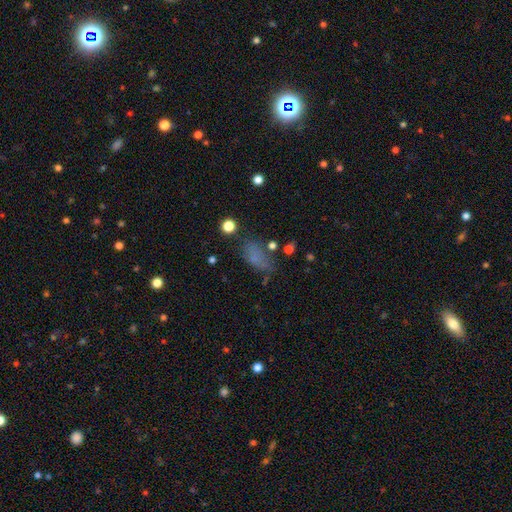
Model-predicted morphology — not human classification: A smooth galaxy with no disk features (69%) that is in between round and cigar-shaped (84%).

Vote fractions:
- Smooth or featured? smooth: 69% / star or artifact: 17% / featured or disk: 14%
- How rounded? in between: 84% / cigar-shaped: 8% / round: 7%
- Merging? none: 55% / minor disturbance: 25% / major disturbance: 14% / merger: 6%